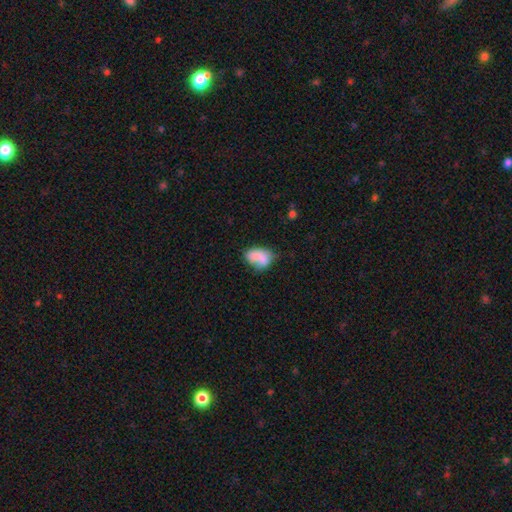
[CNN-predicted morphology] Smooth or featured?
  - smooth: 74% *
  - featured or disk: 17%
  - star or artifact: 9%
How rounded?
  - in between: 84% *
  - round: 14%
  - cigar-shaped: 2%
Merging?
  - none: 39% *
  - minor disturbance: 27%
  - merger: 20%
  - major disturbance: 15%